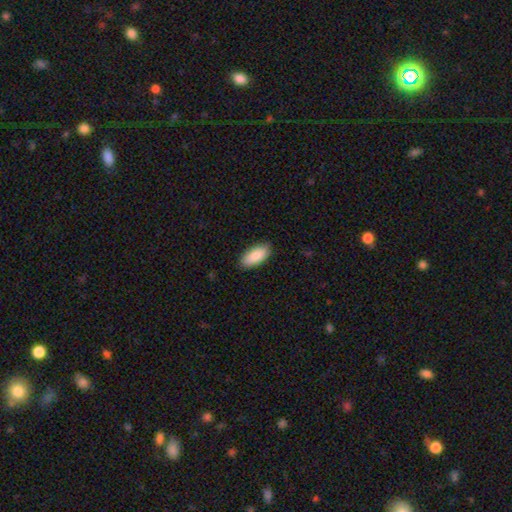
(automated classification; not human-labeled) smooth_or_featured: smooth (p=0.88) [alt: featured or disk p=0.06]
how_rounded: in between (p=0.90) [alt: cigar-shaped p=0.09]
merging: none (p=0.87) [alt: minor disturbance p=0.10]